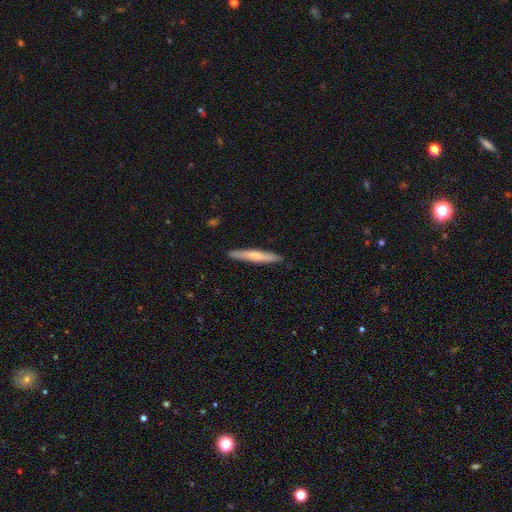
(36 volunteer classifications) A smooth galaxy with no disk features (56%) that is cigar-shaped (95%).

Vote fractions:
- Smooth or featured? smooth: 56% / featured or disk: 39% / star or artifact: 6%
- How rounded? cigar-shaped: 95% / in between: 5% / round: 0%
- Merging? none: 91% / minor disturbance: 9% / major disturbance: 0% / merger: 0%